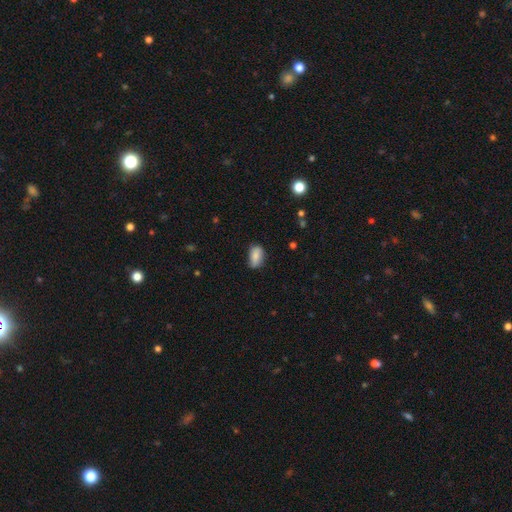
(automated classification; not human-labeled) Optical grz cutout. It shows a smooth galaxy with no disk features (79%) that is in between round and cigar-shaped (89%). Merging: none (68%).